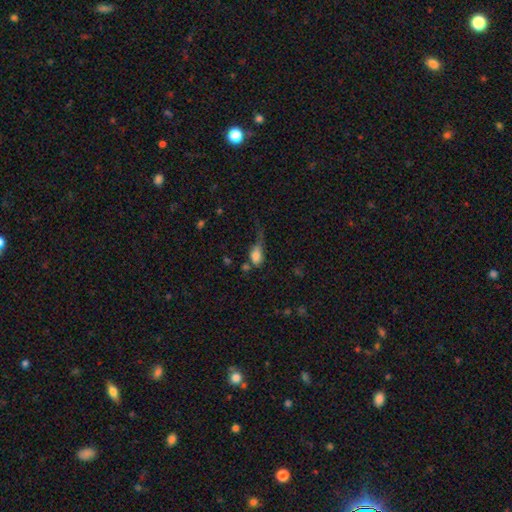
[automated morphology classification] Smooth or featured? smooth (74%)
How rounded? in between (75%)
Merging? major disturbance (42%)